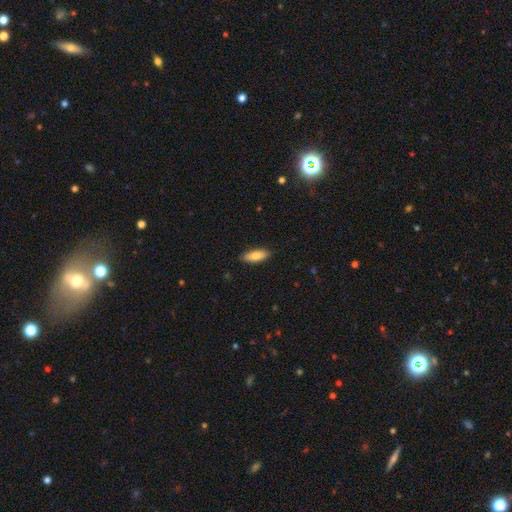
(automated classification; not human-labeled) A smooth galaxy with no disk features (82%) that is in between round and cigar-shaped (67%). Merging: none (89%).